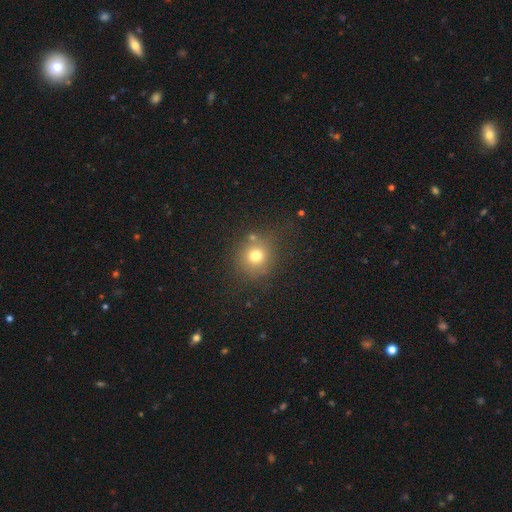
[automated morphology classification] This is likely a smooth galaxy (73%). How rounded: clearly round (89%). Merging: likely none (76%).